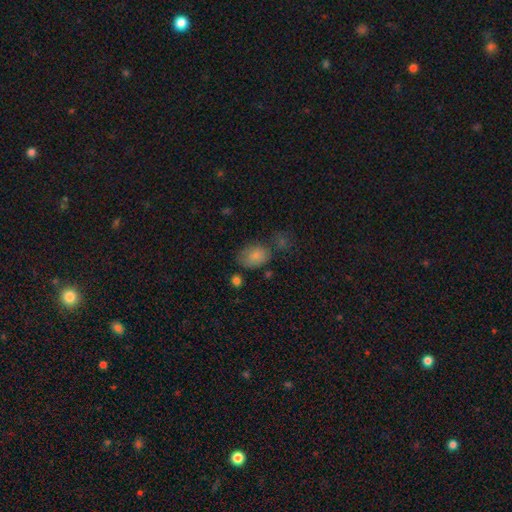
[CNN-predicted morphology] A smooth galaxy with no disk features (82%) that is in between round and cigar-shaped (81%).

Vote fractions:
- Smooth or featured? smooth: 82% / star or artifact: 9% / featured or disk: 9%
- How rounded? in between: 81% / round: 18% / cigar-shaped: 1%
- Merging? none: 53% / minor disturbance: 25% / major disturbance: 11% / merger: 11%